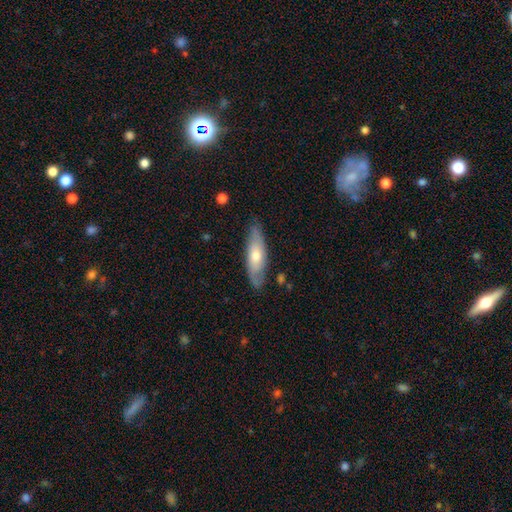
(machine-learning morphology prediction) smooth-or-featured: smooth: 50% | featured or disk: 44% | star or artifact: 6%
  how-rounded: cigar-shaped: 52% | in between: 46% | round: 2%
  merging: none: 80% | minor disturbance: 15% | major disturbance: 3% | merger: 2%